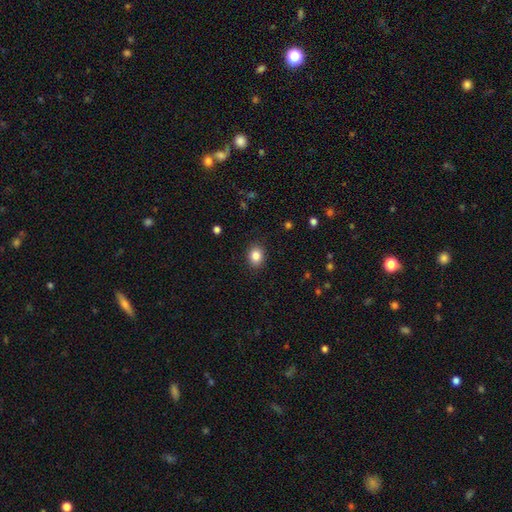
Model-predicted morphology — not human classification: Smooth or featured?
  - smooth: 85% *
  - star or artifact: 10%
  - featured or disk: 6%
How rounded?
  - round: 54% *
  - in between: 45%
  - cigar-shaped: 1%
Merging?
  - none: 89% *
  - minor disturbance: 7%
  - major disturbance: 2%
  - merger: 1%